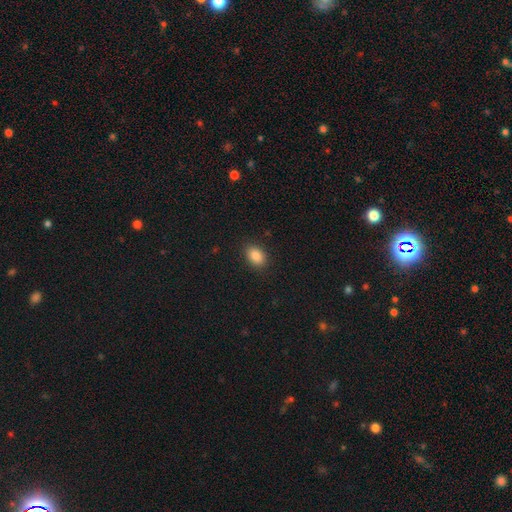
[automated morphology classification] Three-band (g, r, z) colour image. It shows a smooth galaxy with no disk features (87%) that is in between round and cigar-shaped (81%). Merging: none (88%).